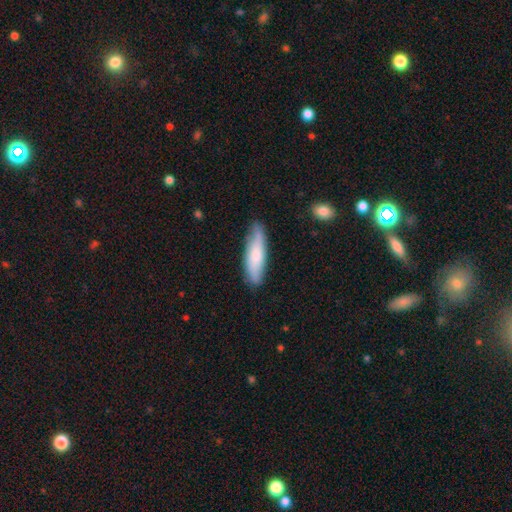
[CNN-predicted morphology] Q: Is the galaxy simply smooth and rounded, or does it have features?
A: smooth — 71%.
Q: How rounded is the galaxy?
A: cigar-shaped — 67%.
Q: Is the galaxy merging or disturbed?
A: none — 79%.